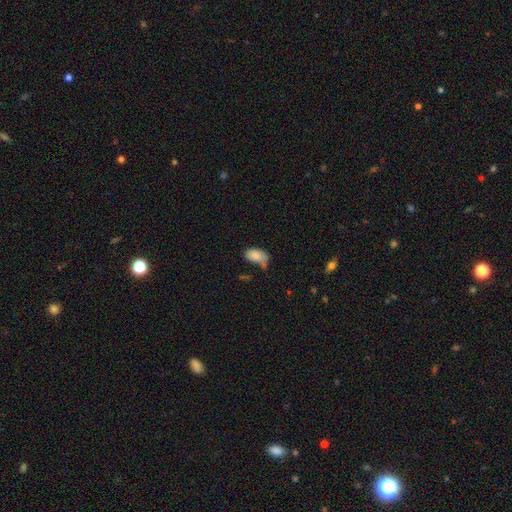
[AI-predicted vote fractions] The model was most divided on "merging": none: 45%, minor disturbance: 32%, major disturbance: 12%, merger: 11%. More confident: how rounded — in between (92%); smooth or featured — smooth (83%).